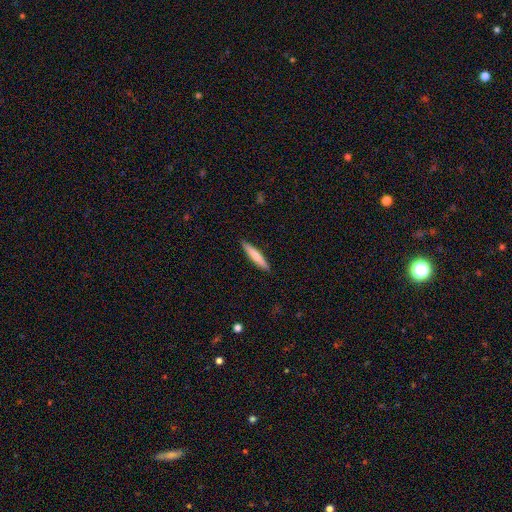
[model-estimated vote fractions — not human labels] Q: Smooth or featured?
A: smooth (74%); runner-up: featured or disk (21%)
Q: How rounded?
A: cigar-shaped (92%); runner-up: in between (7%)
Q: Merging?
A: none (91%); runner-up: minor disturbance (7%)